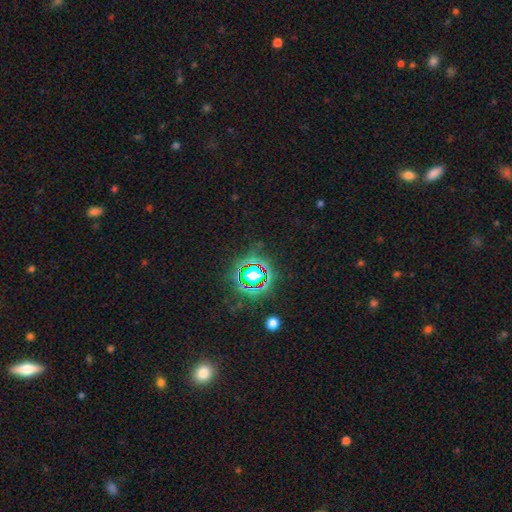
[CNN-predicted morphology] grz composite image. It shows a star or artifact, not a galaxy (81%).